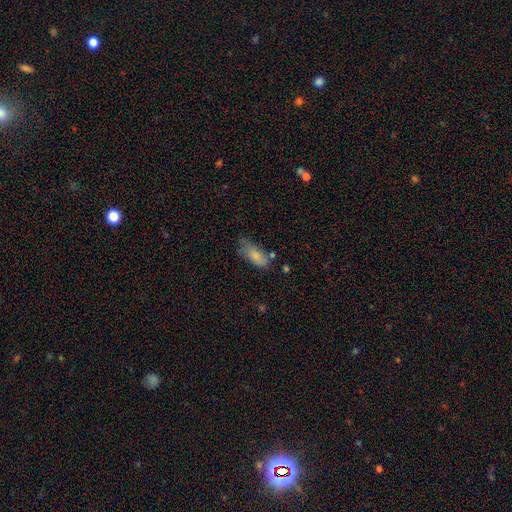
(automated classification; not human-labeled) Smooth or featured? smooth (80%)
How rounded? in between (82%)
Merging? none (48%)